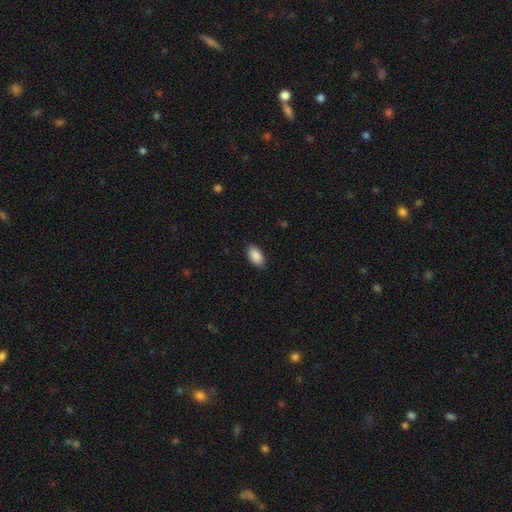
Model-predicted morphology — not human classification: Smooth or featured? smooth (90%)
How rounded? in between (94%)
Merging? none (85%)